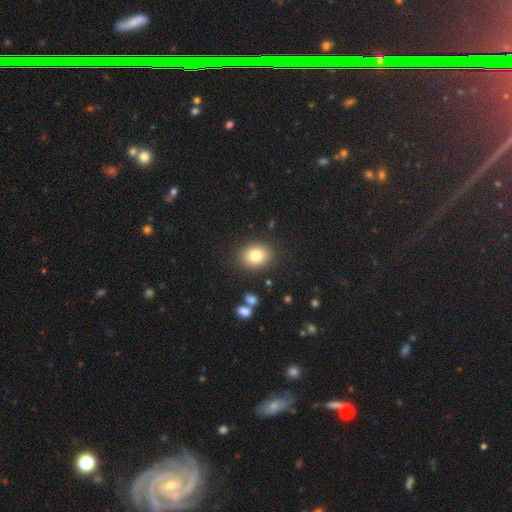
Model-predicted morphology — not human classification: This is clearly a smooth galaxy (80%). How rounded: possibly in between (50%). Merging: clearly none (87%).